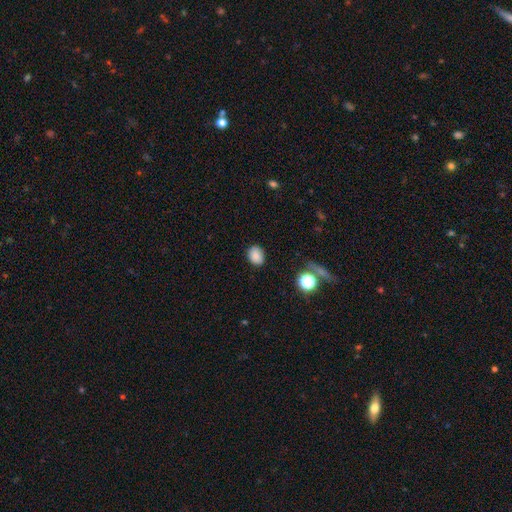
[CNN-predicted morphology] This is clearly a smooth galaxy (84%). How rounded: possibly in between (54%). Merging: clearly none (85%).